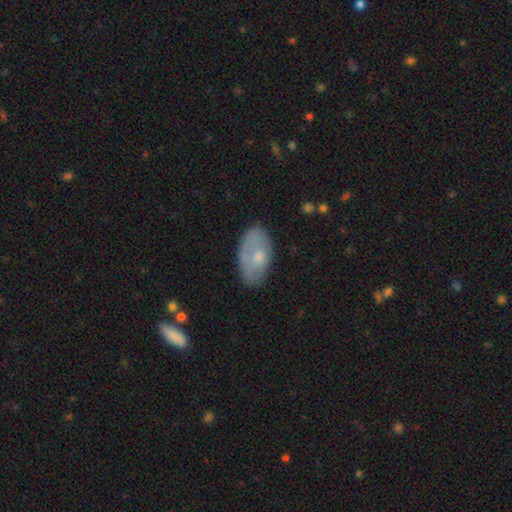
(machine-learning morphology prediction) A smooth galaxy with no disk features (60%) that is in between round and cigar-shaped (93%). Merging: none (65%).